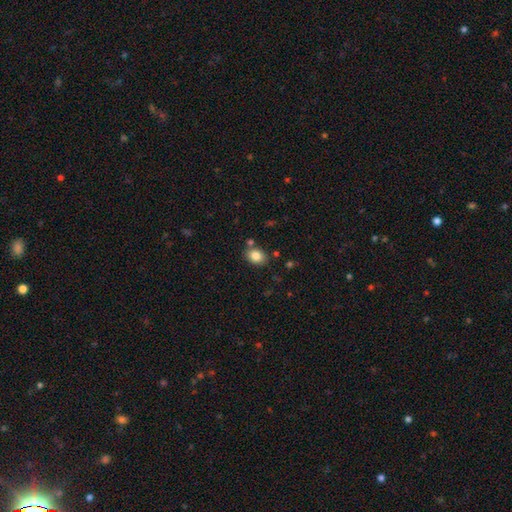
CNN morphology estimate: smooth_or_featured: smooth (p=0.84) [alt: star or artifact p=0.09]
how_rounded: in between (p=0.61) [alt: round p=0.38]
merging: none (p=0.78) [alt: minor disturbance p=0.12]